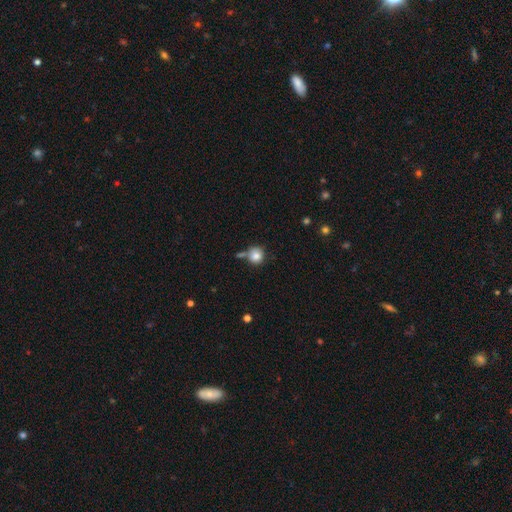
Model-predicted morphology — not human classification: smooth 83%, star or artifact 10%, featured or disk 8%. Down the decision tree: how rounded — round (88%); merging — none (61%).